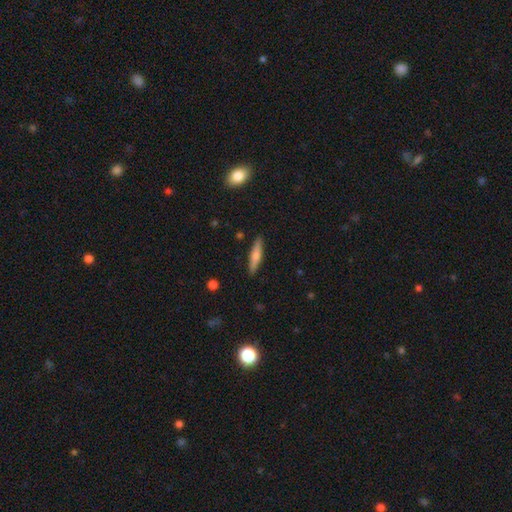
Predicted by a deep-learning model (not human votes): A smooth galaxy with no disk features (61%) that is cigar-shaped (84%). Merging: none (90%).